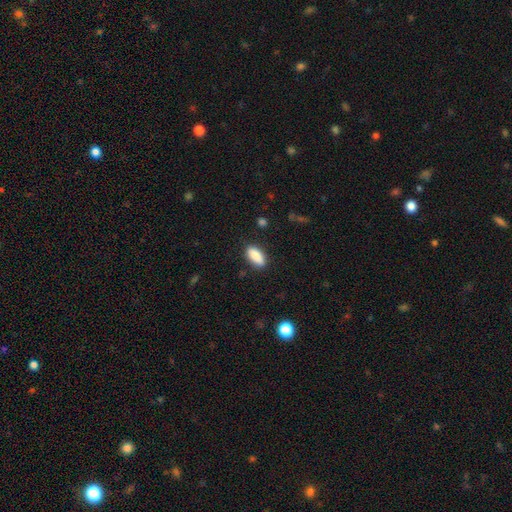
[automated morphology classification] smooth-or-featured: smooth: 88% | star or artifact: 7% | featured or disk: 5%
  how-rounded: in between: 85% | cigar-shaped: 13% | round: 3%
  merging: none: 84% | minor disturbance: 11% | major disturbance: 3% | merger: 1%